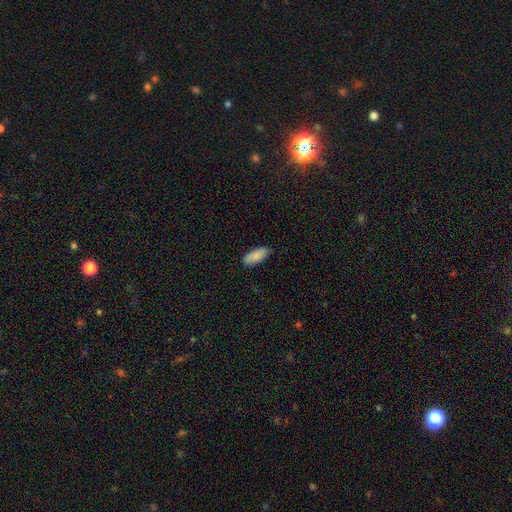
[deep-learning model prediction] This appears to be a smooth galaxy with no disk features (87%) that is in between round and cigar-shaped (84%). Merging: none (86%).